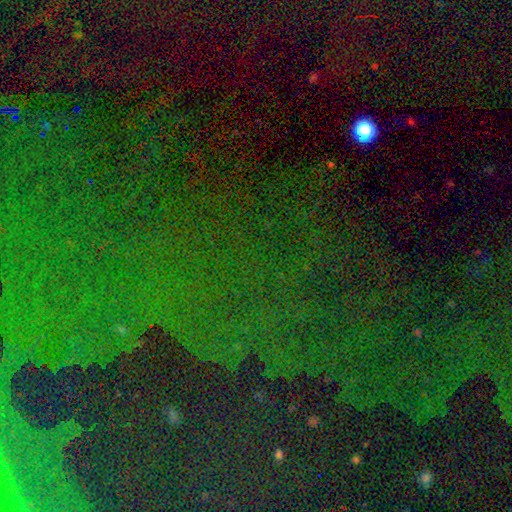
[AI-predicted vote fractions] smooth-or-featured: star or artifact: 80% | smooth: 11% | featured or disk: 9%